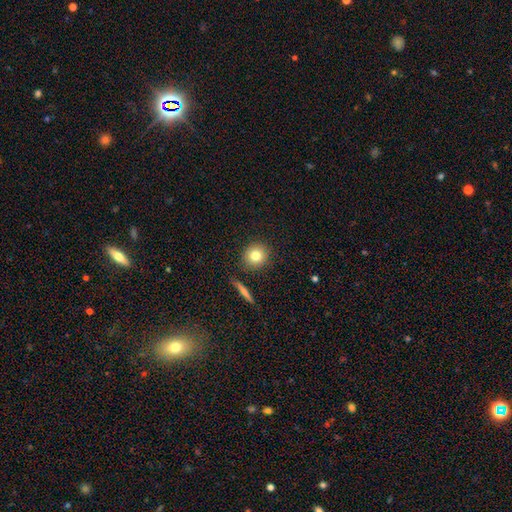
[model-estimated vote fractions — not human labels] A smooth galaxy with no disk features (80%) that is round (88%). Merging: none (87%).